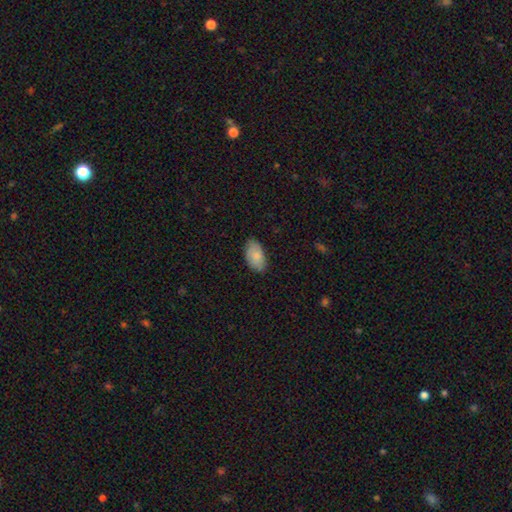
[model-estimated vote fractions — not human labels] Smooth or featured? smooth (83%)
How rounded? in between (94%)
Merging? none (78%)